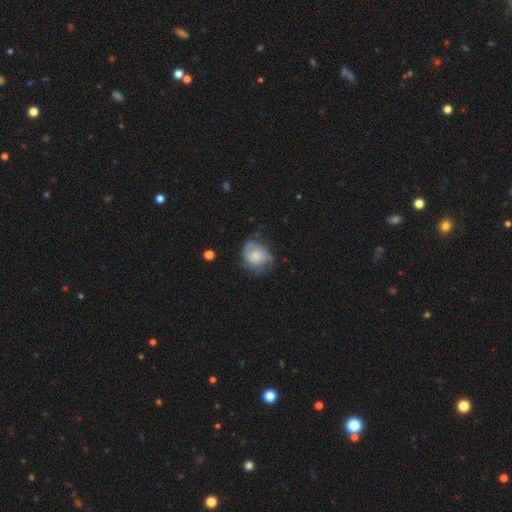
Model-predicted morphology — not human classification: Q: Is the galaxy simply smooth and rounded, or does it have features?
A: featured or disk — 50%.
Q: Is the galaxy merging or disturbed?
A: none — 49%.